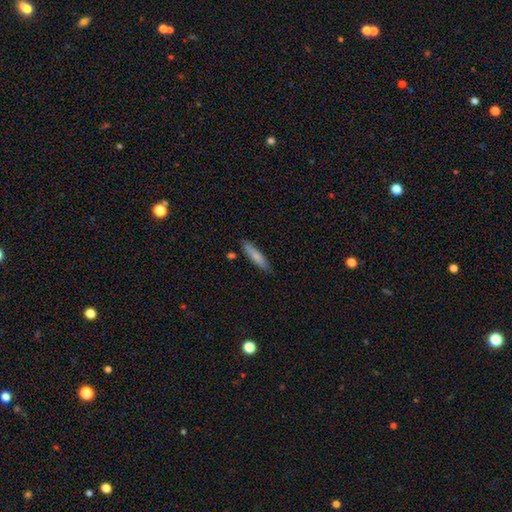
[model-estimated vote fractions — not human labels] smooth-or-featured: smooth: 78% | featured or disk: 15% | star or artifact: 6%
  how-rounded: cigar-shaped: 80% | in between: 19% | round: 1%
  merging: none: 80% | minor disturbance: 14% | merger: 3% | major disturbance: 3%